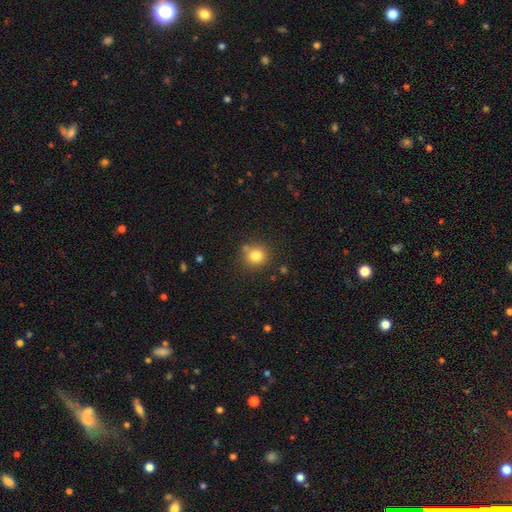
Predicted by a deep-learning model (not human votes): The model was most divided on "smooth or featured": smooth: 82%, star or artifact: 12%, featured or disk: 6%. More confident: how rounded — round (89%); merging — none (81%).